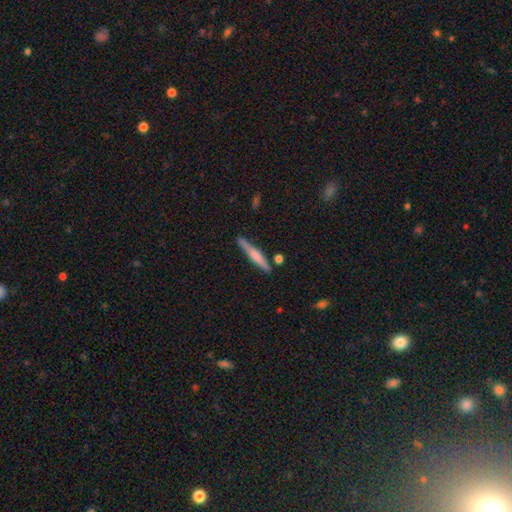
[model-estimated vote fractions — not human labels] The model was most divided on "smooth or featured" (2-way tie): smooth: 47%, featured or disk: 47%, star or artifact: 6%. More confident: merging — none (83%).